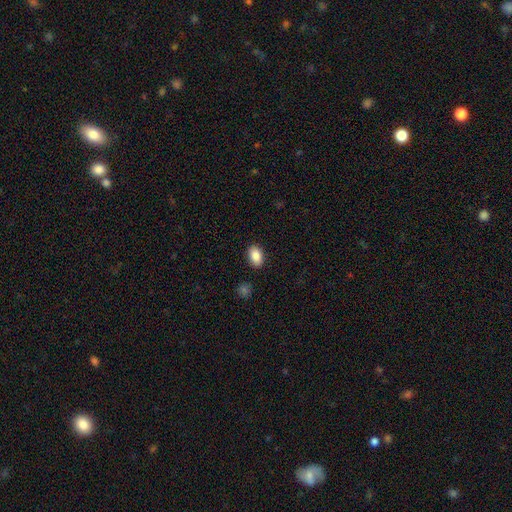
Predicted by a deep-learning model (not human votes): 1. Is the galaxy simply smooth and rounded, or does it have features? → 88% smooth, 7% star or artifact, 5% featured or disk.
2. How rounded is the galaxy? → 88% in between, 11% round, 1% cigar-shaped.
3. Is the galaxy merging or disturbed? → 88% none, 8% minor disturbance, 2% major disturbance, 2% merger.